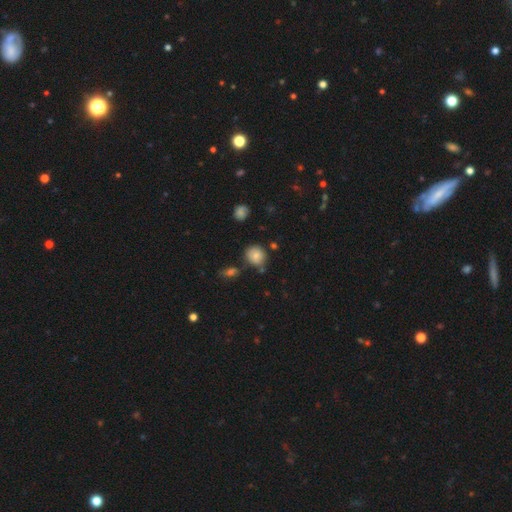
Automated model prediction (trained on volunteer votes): Overall: smooth (75%). How rounded: round (83%). Merging: none (73%).